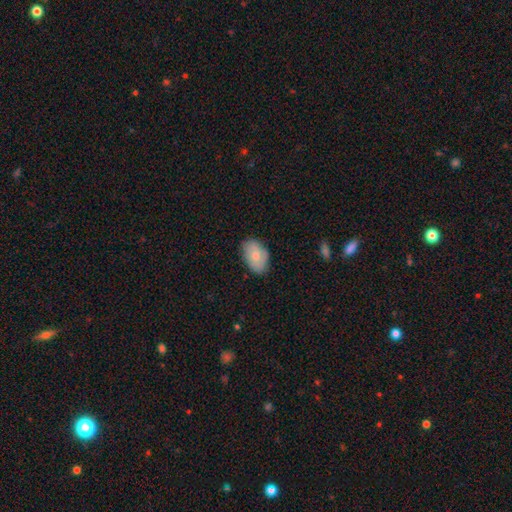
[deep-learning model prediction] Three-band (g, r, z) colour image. It shows a smooth galaxy with no disk features (74%) that is in between round and cigar-shaped (90%). Merging: none (76%).